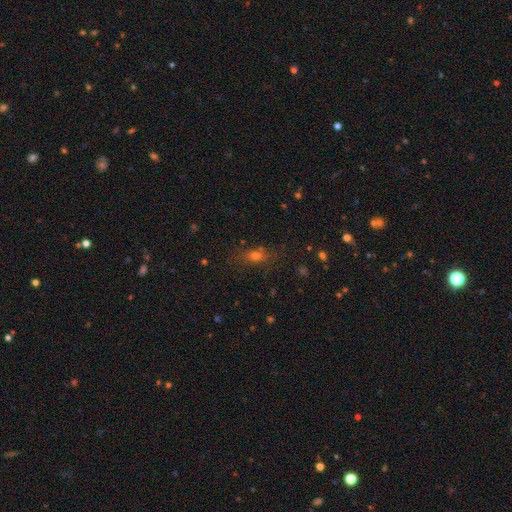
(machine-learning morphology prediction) This is likely a smooth galaxy (61%). How rounded: possibly in between (60%). Merging: likely none (77%).